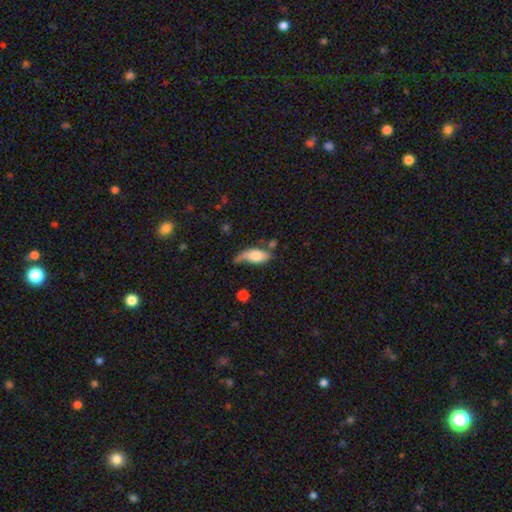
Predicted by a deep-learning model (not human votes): The model was most divided on "merging": none: 35%, minor disturbance: 33%, major disturbance: 21%, merger: 11%. More confident: how rounded — in between (84%); smooth or featured — smooth (66%).